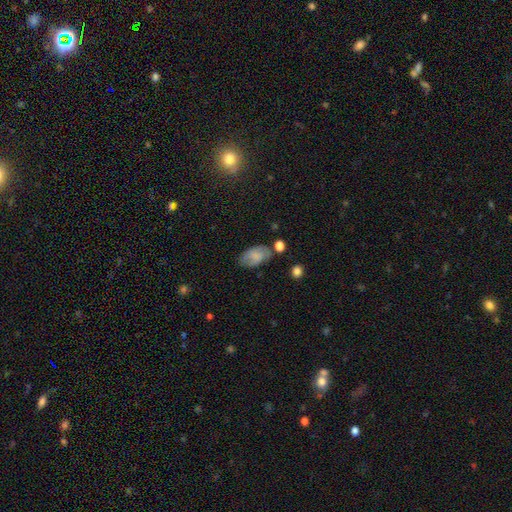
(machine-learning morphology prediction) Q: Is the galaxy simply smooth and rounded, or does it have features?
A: smooth — 64%.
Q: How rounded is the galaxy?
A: in between — 92%.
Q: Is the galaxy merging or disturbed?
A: none — 65%.